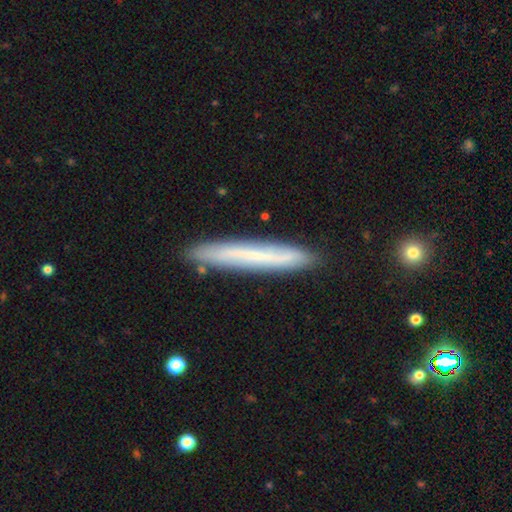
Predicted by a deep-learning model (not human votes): smooth_or_featured: smooth (p=0.50) [alt: featured or disk p=0.43]
merging: none (p=0.87) [alt: minor disturbance p=0.10]